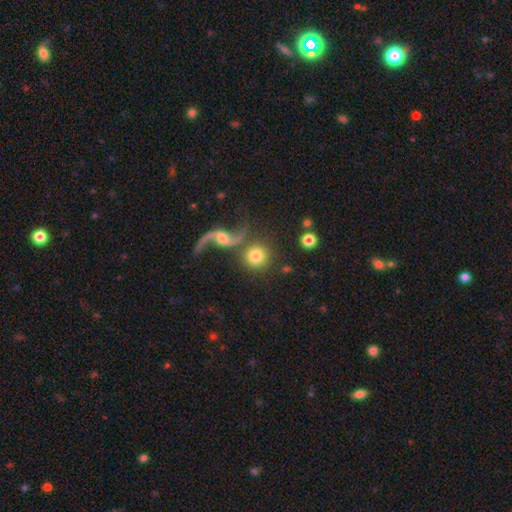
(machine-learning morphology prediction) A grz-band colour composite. It shows a smooth galaxy with no disk features (70%) that is round (92%). Merging: none (65%).